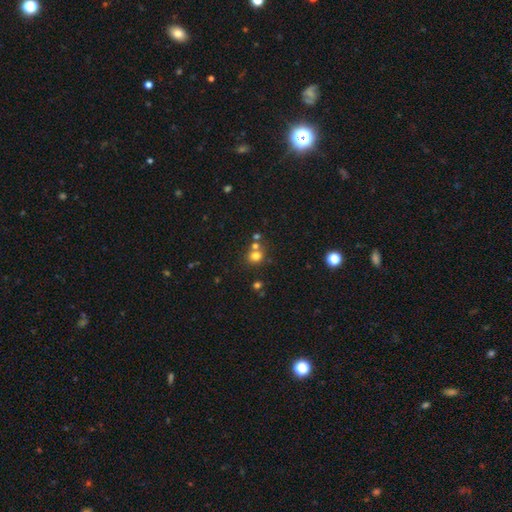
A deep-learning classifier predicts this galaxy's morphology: smooth_or_featured: smooth (p=0.74) [alt: star or artifact p=0.17]
how_rounded: round (p=0.82) [alt: in between p=0.17]
merging: none (p=0.60) [alt: merger p=0.28]